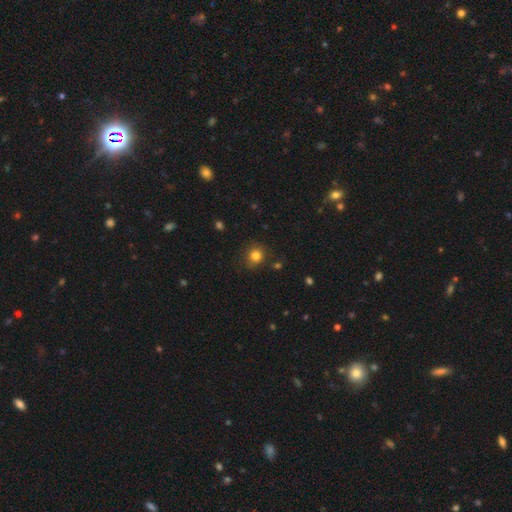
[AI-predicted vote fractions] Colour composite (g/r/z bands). It shows a smooth galaxy with no disk features (82%) that is round (86%). Merging: none (84%).